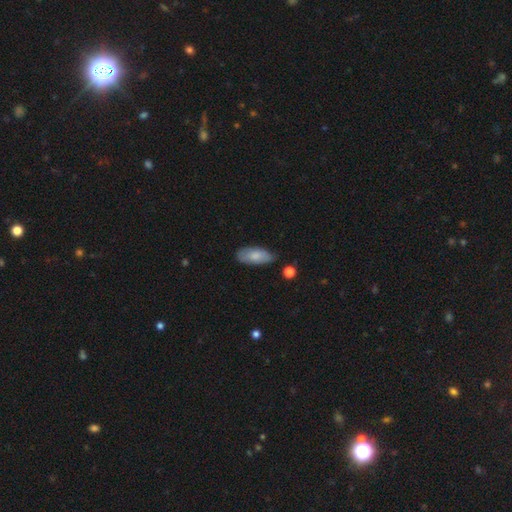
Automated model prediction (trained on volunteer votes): smooth 77%, featured or disk 17%, star or artifact 6%. Down the decision tree: how rounded — in between (89%); merging — none (70%).